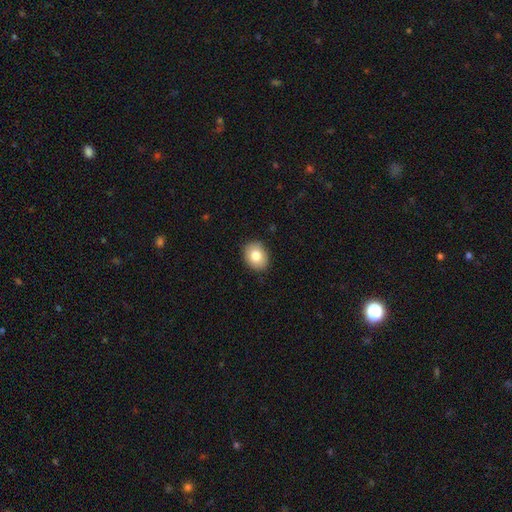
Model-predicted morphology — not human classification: A smooth galaxy with no disk features (81%) that is in between round and cigar-shaped (50%). Merging: none (87%).